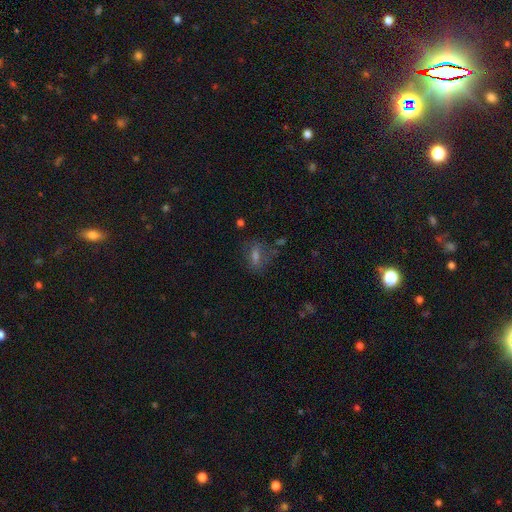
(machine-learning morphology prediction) Smooth or featured? smooth (48%)
Merging? none (64%)